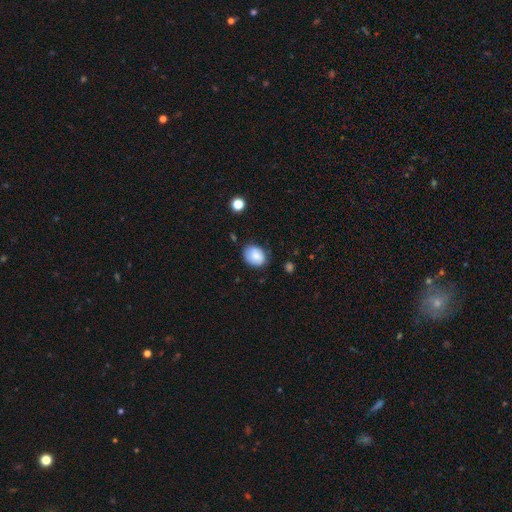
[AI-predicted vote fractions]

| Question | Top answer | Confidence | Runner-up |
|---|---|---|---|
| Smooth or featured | smooth | 80% | featured or disk (12%) |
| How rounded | in between | 61% | round (38%) |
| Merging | none | 70% | minor disturbance (23%) |